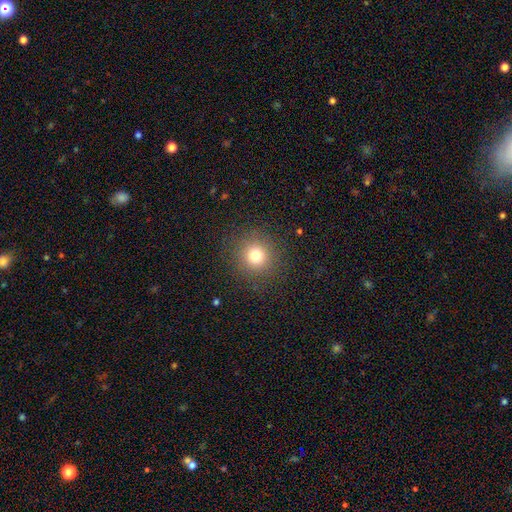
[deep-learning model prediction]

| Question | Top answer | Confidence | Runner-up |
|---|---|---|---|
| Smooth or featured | smooth | 75% | star or artifact (16%) |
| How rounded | round | 94% | in between (5%) |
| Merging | none | 89% | minor disturbance (6%) |